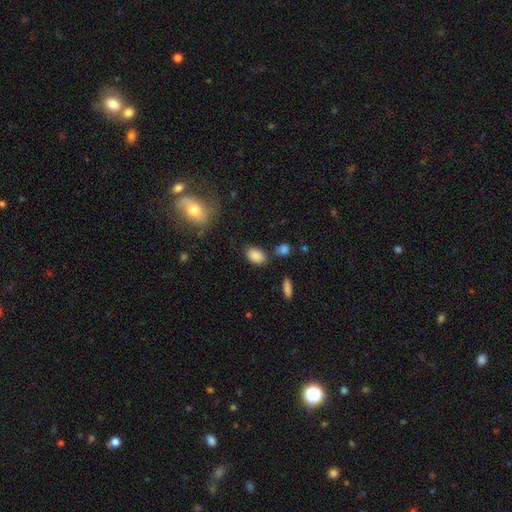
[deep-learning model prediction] A smooth galaxy with no disk features (87%) that is in between round and cigar-shaped (88%).

Vote fractions:
- Smooth or featured? smooth: 87% / star or artifact: 8% / featured or disk: 5%
- How rounded? in between: 88% / round: 11% / cigar-shaped: 2%
- Merging? none: 75% / minor disturbance: 15% / merger: 6% / major disturbance: 4%